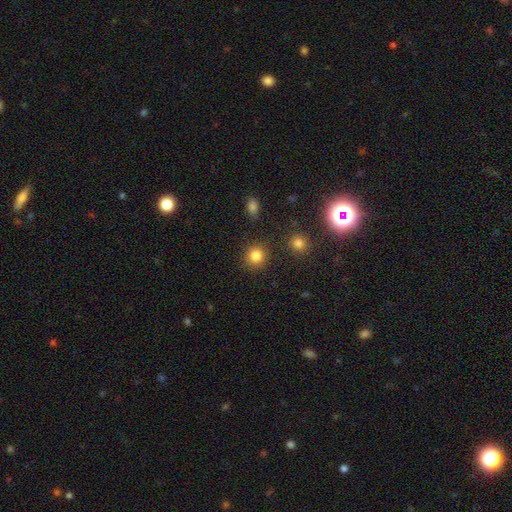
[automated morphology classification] A smooth galaxy with no disk features (85%) that is round (90%). Merging: none (88%).